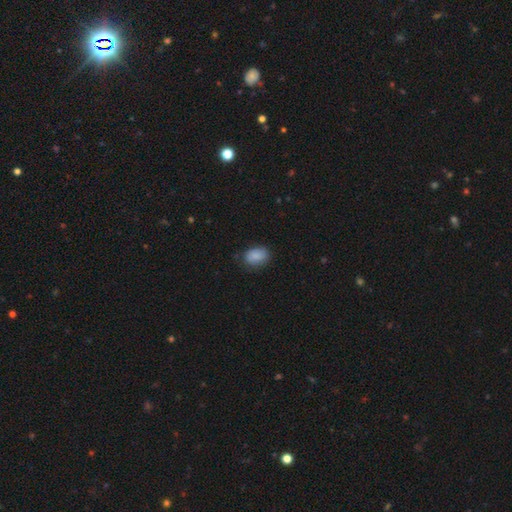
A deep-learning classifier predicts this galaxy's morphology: A smooth galaxy with no disk features (85%) that is in between round and cigar-shaped (78%). Merging: none (72%).